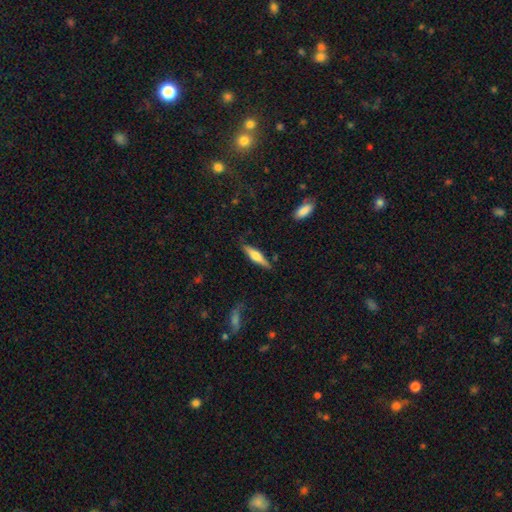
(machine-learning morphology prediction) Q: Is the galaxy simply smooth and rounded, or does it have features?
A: featured or disk — 48%.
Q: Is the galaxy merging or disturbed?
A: none — 83%.